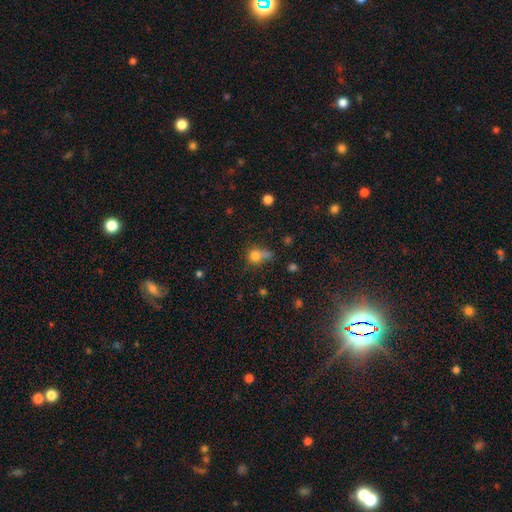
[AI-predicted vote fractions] A smooth galaxy with no disk features (77%) that is round (76%).

Vote fractions:
- Smooth or featured? smooth: 77% / star or artifact: 14% / featured or disk: 9%
- How rounded? round: 76% / in between: 22% / cigar-shaped: 2%
- Merging? none: 44% / merger: 22% / minor disturbance: 22% / major disturbance: 12%